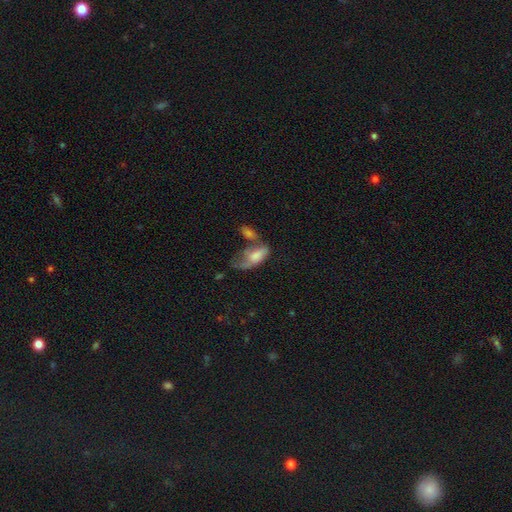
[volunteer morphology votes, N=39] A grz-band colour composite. It shows a smooth galaxy with no disk features (74%) that is in between round and cigar-shaped (100%). Merging: minor disturbance (31%, tied with major disturbance).